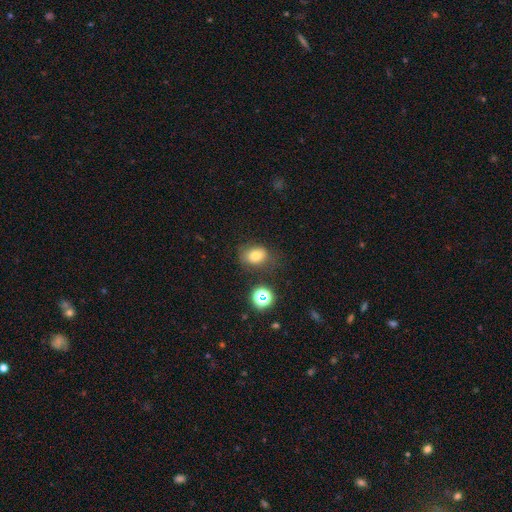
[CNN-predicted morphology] smooth 74%, star or artifact 15%, featured or disk 11%. Down the decision tree: how rounded — in between (61%); merging — none (69%).